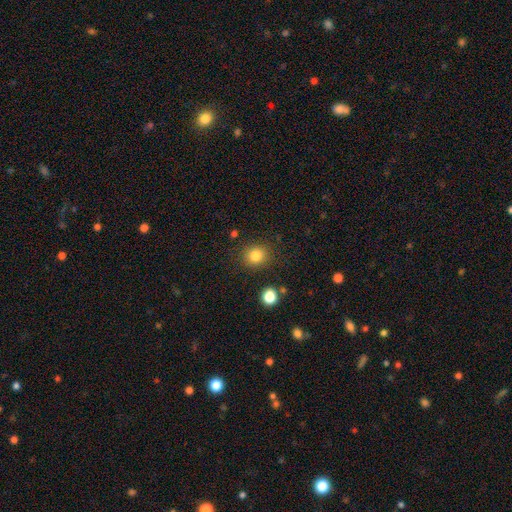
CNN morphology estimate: Smooth or featured: smooth — 83% (star or artifact — 12%)
How rounded: round — 82% (in between — 17%)
Merging: none — 86% (minor disturbance — 8%)